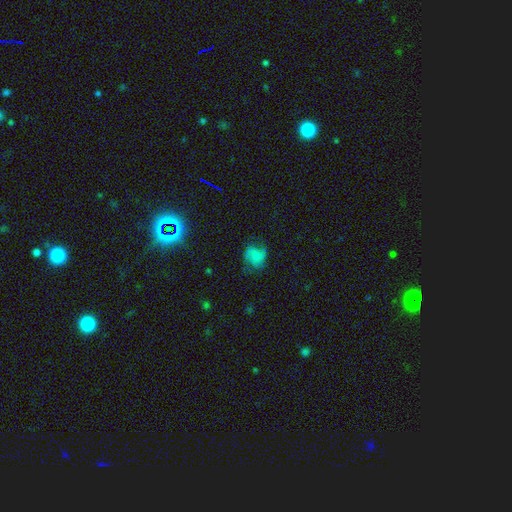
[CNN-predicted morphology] A smooth galaxy with no disk features (46%). Merging: none (58%).